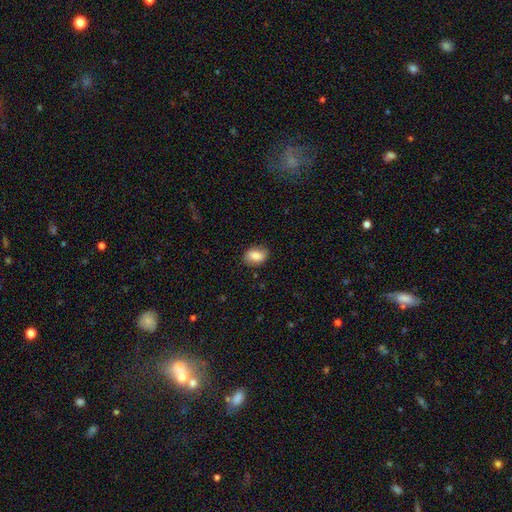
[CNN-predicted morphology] Overall: smooth (84%). How rounded: in between (78%). Merging: none (83%).